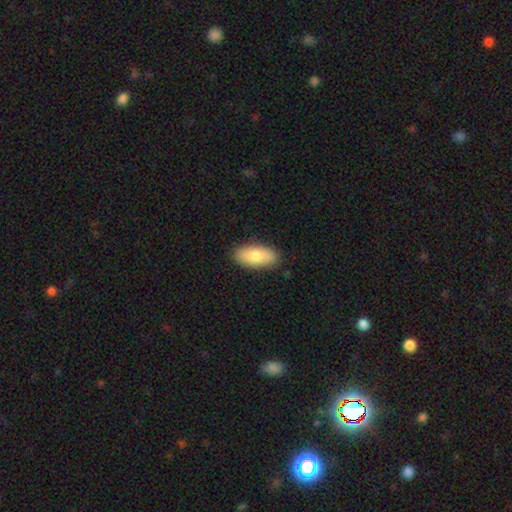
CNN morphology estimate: Q: Smooth or featured?
A: smooth (79%); runner-up: featured or disk (15%)
Q: How rounded?
A: in between (89%); runner-up: cigar-shaped (8%)
Q: Merging?
A: none (87%); runner-up: minor disturbance (10%)